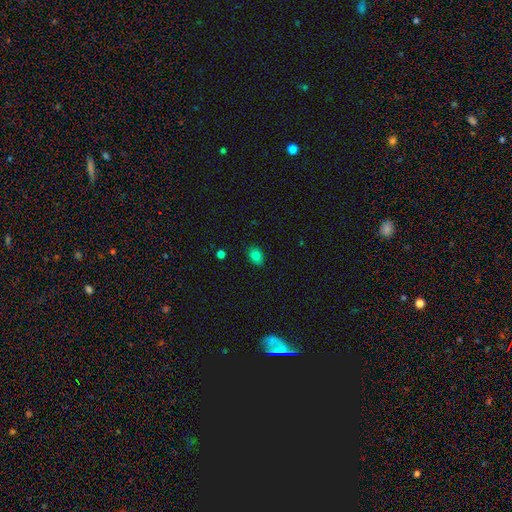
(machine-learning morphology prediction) smooth 81%, star or artifact 12%, featured or disk 6%. Down the decision tree: how rounded — in between (63%); merging — none (85%).